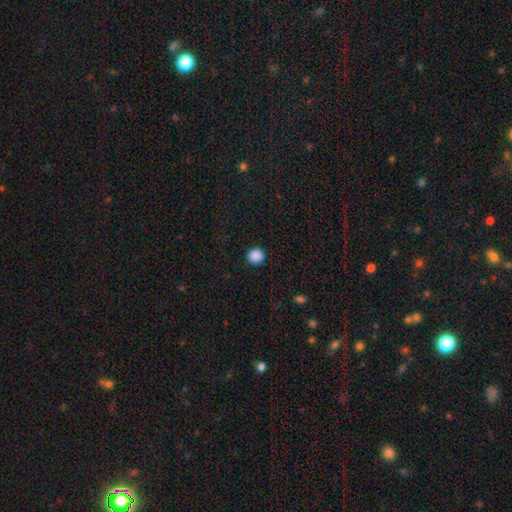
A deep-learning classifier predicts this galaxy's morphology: Q: Smooth or featured?
A: smooth (88%); runner-up: star or artifact (9%)
Q: How rounded?
A: round (91%); runner-up: in between (8%)
Q: Merging?
A: none (92%); runner-up: minor disturbance (5%)